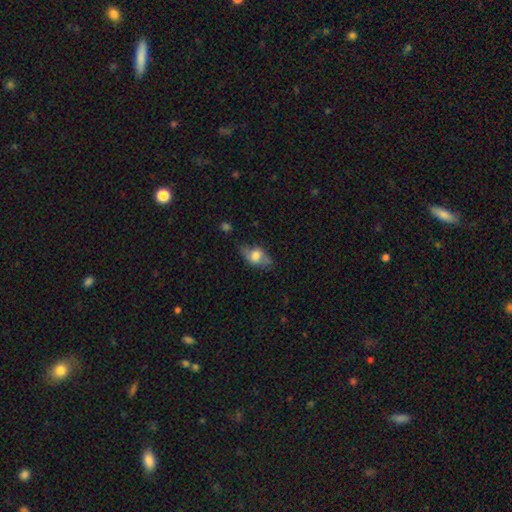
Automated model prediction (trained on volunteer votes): Morphology: type=smooth (57%); roundness=in between (80%); merging=none (63%).